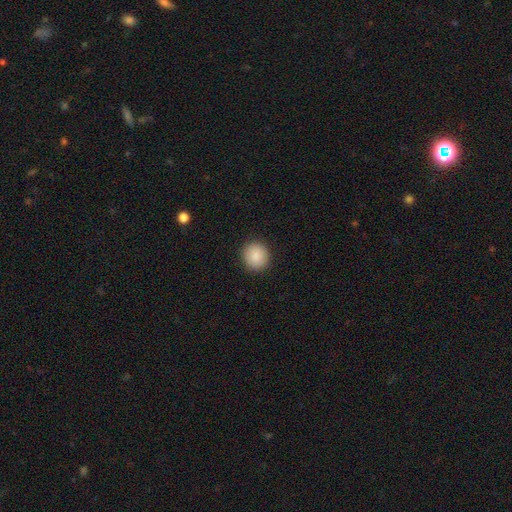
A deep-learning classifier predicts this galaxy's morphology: smooth-or-featured: smooth: 89% | star or artifact: 8% | featured or disk: 4%
  how-rounded: round: 89% | in between: 10% | cigar-shaped: 1%
  merging: none: 91% | minor disturbance: 6% | major disturbance: 2% | merger: 1%